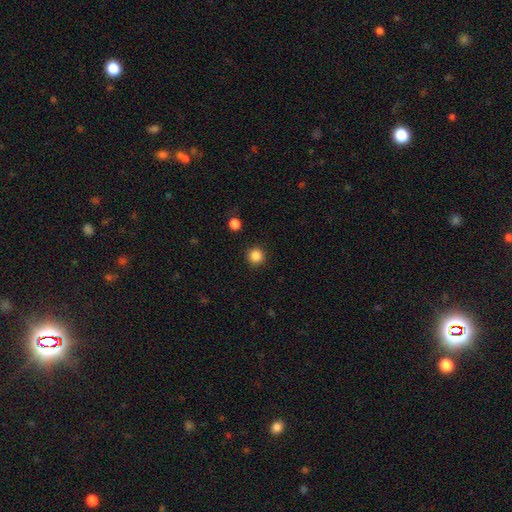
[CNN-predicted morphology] Overall: smooth (86%). How rounded: round (95%). Merging: none (92%).